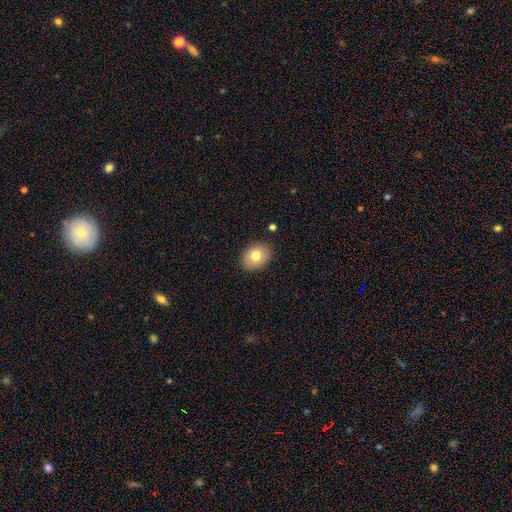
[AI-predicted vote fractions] A smooth galaxy with no disk features (79%) that is in between round and cigar-shaped (71%). Merging: none (87%).